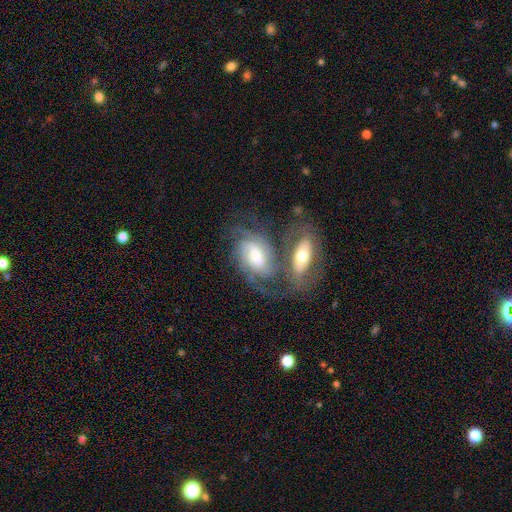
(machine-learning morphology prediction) Smooth or featured: featured or disk — 78% (smooth — 16%)
Edge-on disk: no — 95% (yes — 5%)
Bar: no — 50% (weak — 38%)
Spiral arms: yes — 94% (no — 6%)
Spiral winding: tight — 51% (medium — 38%)
Spiral arm count: 2 — 34% (can't tell — 28%)
Bulge size: moderate — 48% (small — 31%)
Merging: none — 41% (merger — 31%)